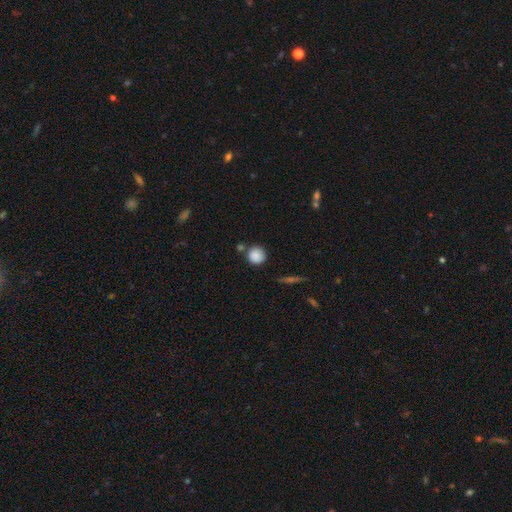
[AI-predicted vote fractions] A smooth galaxy with no disk features (86%) that is round (92%). Merging: none (74%).